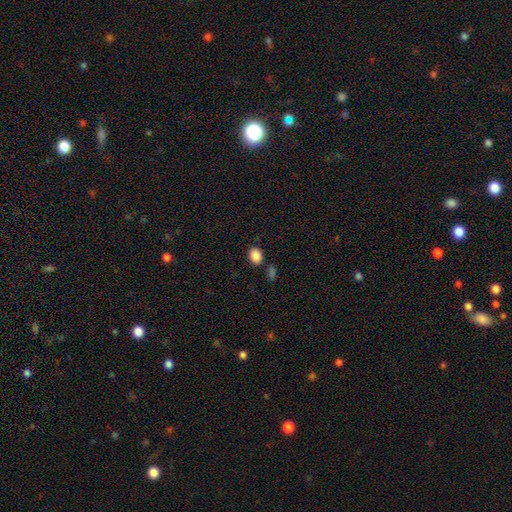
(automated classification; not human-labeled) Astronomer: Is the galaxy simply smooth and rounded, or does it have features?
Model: smooth — 87%.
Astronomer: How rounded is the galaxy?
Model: in between — 60% (runner-up: round, 39%).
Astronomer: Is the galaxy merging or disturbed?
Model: none — 79%.